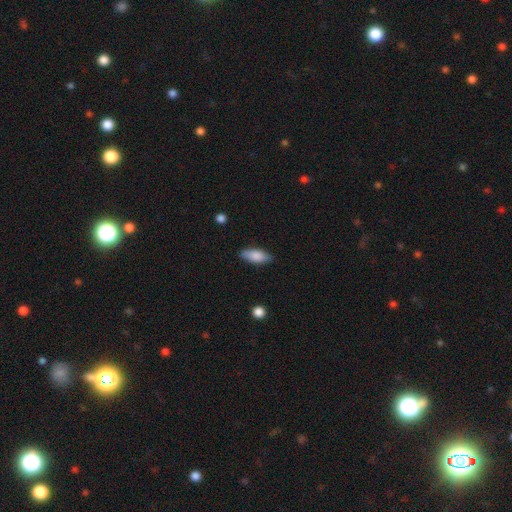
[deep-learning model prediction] A smooth galaxy with no disk features (84%) that is in between round and cigar-shaped (79%).

Vote fractions:
- Smooth or featured? smooth: 84% / featured or disk: 10% / star or artifact: 6%
- How rounded? in between: 79% / cigar-shaped: 19% / round: 2%
- Merging? none: 85% / minor disturbance: 12% / major disturbance: 2% / merger: 1%